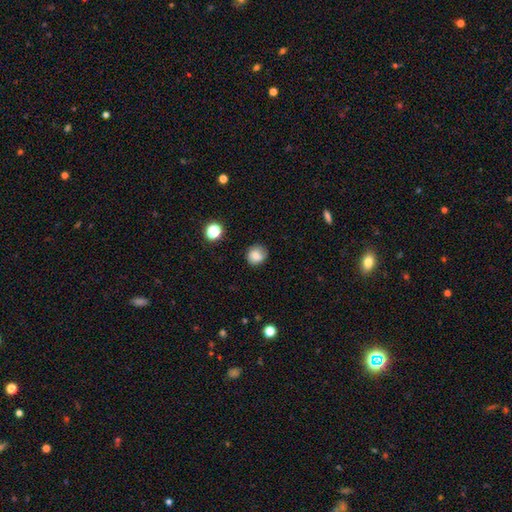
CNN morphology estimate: This appears to be a smooth galaxy with no disk features (81%) that is round (81%). Merging: none (76%).